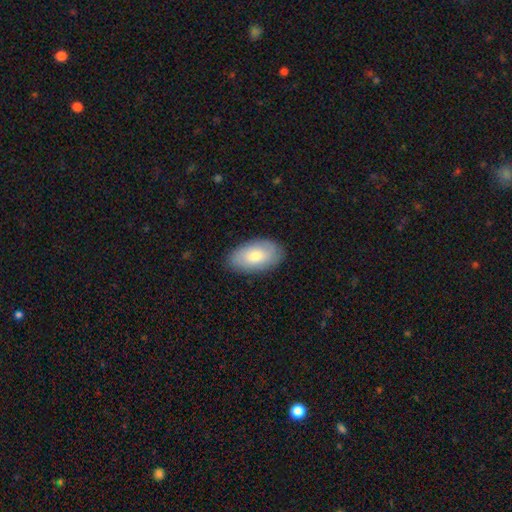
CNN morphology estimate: Smooth or featured?
  - smooth: 77% *
  - featured or disk: 17%
  - star or artifact: 6%
How rounded?
  - in between: 95% *
  - round: 3%
  - cigar-shaped: 2%
Merging?
  - none: 86% *
  - minor disturbance: 11%
  - major disturbance: 2%
  - merger: 1%